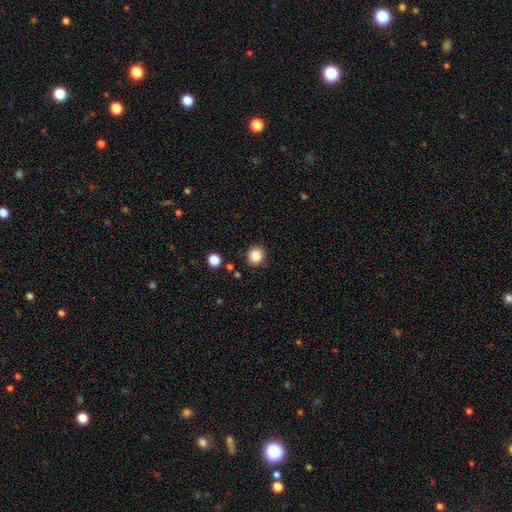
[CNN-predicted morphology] A smooth galaxy with no disk features (85%) that is round (86%). Merging: none (88%).